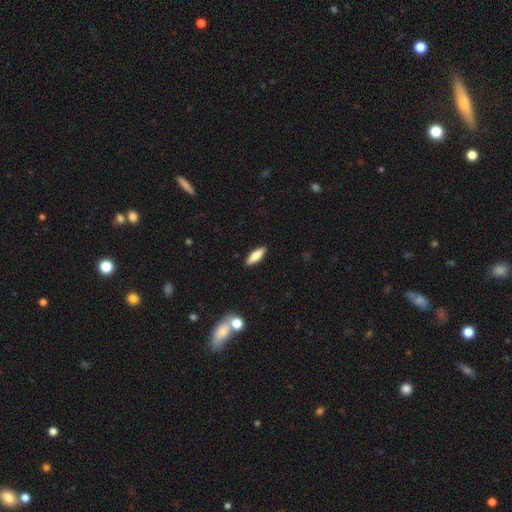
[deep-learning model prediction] This appears to be a smooth galaxy with no disk features (76%) that is cigar-shaped (51%). Merging: none (89%).